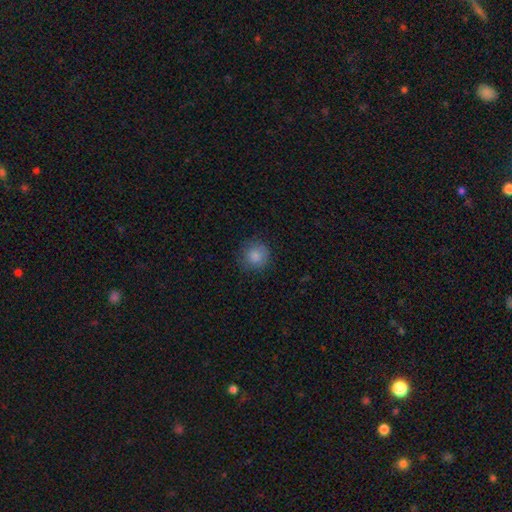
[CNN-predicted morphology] The model was most divided on "merging": none: 82%, minor disturbance: 13%, major disturbance: 4%, merger: 1%. More confident: how rounded — round (93%); smooth or featured — smooth (85%).